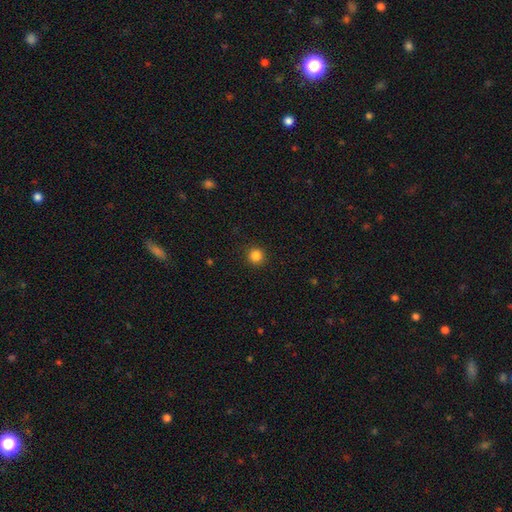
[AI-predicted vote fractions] Smooth or featured?
  - smooth: 84% *
  - star or artifact: 12%
  - featured or disk: 4%
How rounded?
  - round: 95% *
  - in between: 4%
  - cigar-shaped: 1%
Merging?
  - none: 92% *
  - minor disturbance: 5%
  - major disturbance: 2%
  - merger: 1%